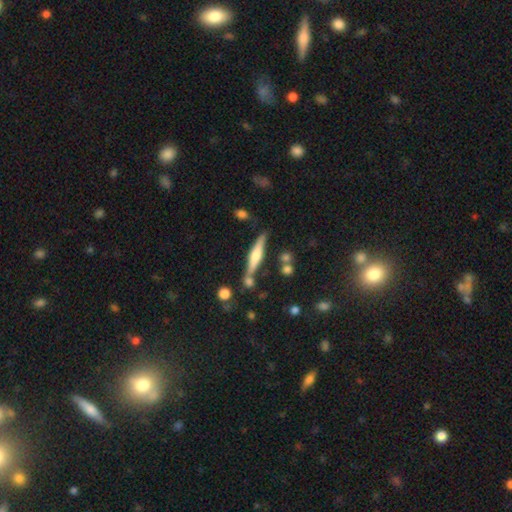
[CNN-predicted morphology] A featured or disk galaxy (59%) viewed edge-on (96%) with a rounded central bulge (71%).

Vote fractions:
- Smooth or featured? featured or disk: 59% / smooth: 35% / star or artifact: 7%
- Edge-on disk? yes: 96% / no: 4%
- Edge-on bulge? rounded: 71% / boxy: 20% / none: 10%
- Merging? none: 74% / minor disturbance: 14% / merger: 9% / major disturbance: 4%